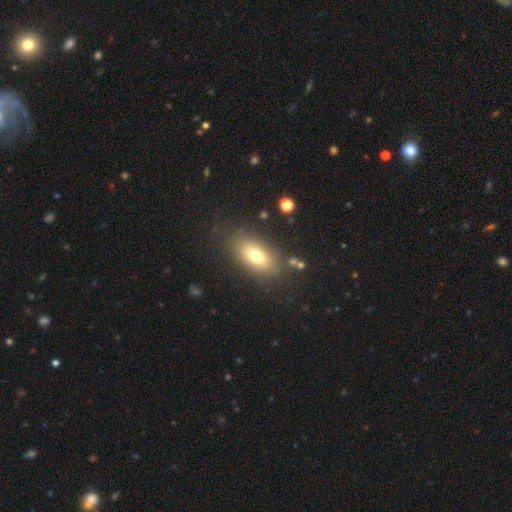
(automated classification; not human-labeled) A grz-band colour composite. It shows a smooth galaxy with no disk features (71%) that is in between round and cigar-shaped (84%). Merging: none (81%).